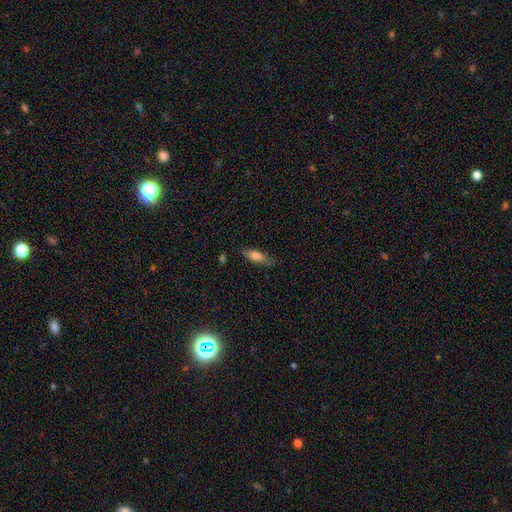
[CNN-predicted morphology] This appears to be a smooth galaxy with no disk features (71%) that is in between round and cigar-shaped (54%). Merging: none (71%).